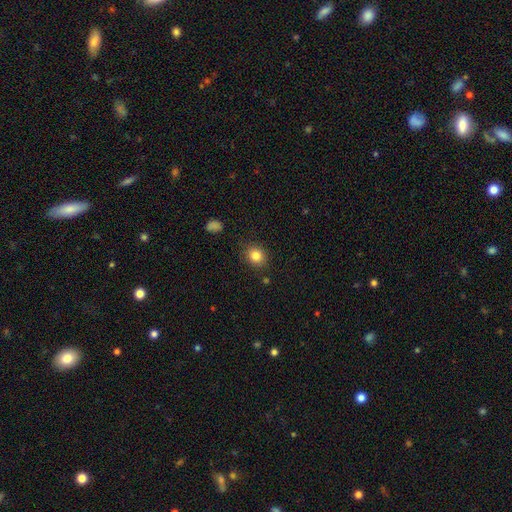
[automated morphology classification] This appears to be a smooth galaxy with no disk features (83%) that is round (72%). Merging: none (86%).